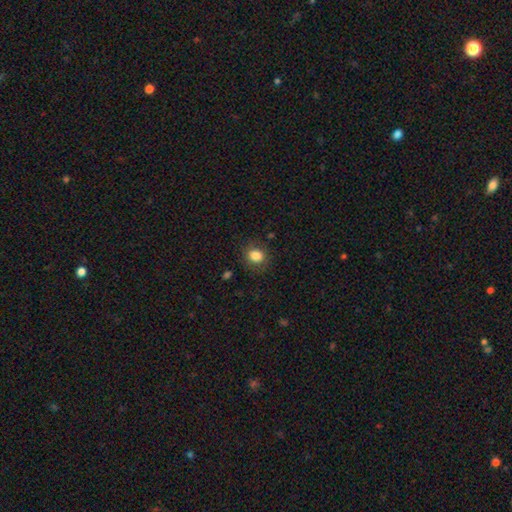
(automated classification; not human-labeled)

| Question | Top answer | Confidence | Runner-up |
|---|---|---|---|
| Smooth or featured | smooth | 84% | star or artifact (10%) |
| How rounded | round | 69% | in between (30%) |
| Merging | none | 82% | minor disturbance (13%) |